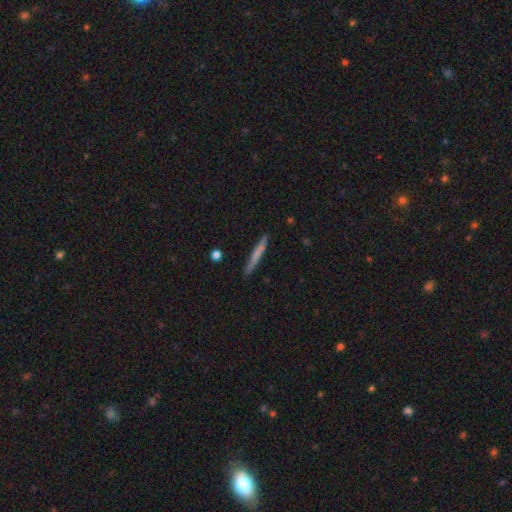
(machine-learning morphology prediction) smooth 59%, featured or disk 34%, star or artifact 6%. Down the decision tree: how rounded — cigar-shaped (96%); merging — none (88%).